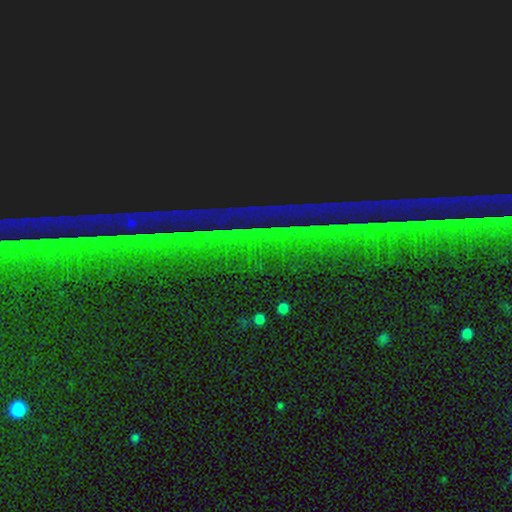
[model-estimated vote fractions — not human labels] star or artifact 89%, featured or disk 6%, smooth 5%.